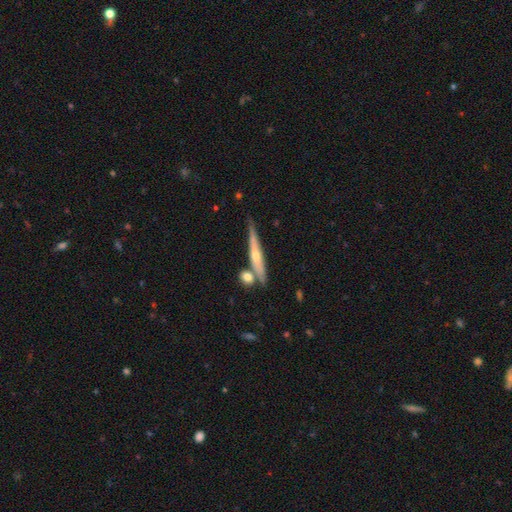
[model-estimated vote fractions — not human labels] This is likely a featured or disk galaxy (64%). It is clearly viewed edge-on (94%). Edge-on bulge: clearly rounded (80%). Merging: likely none (70%).